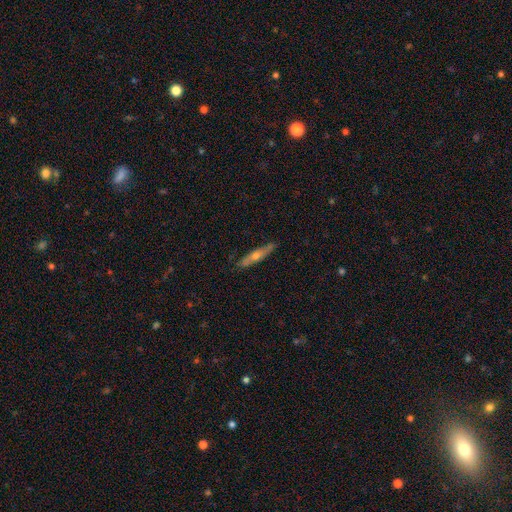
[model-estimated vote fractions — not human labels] A featured or disk galaxy (55%) viewed edge-on (82%). Merging: none (82%).